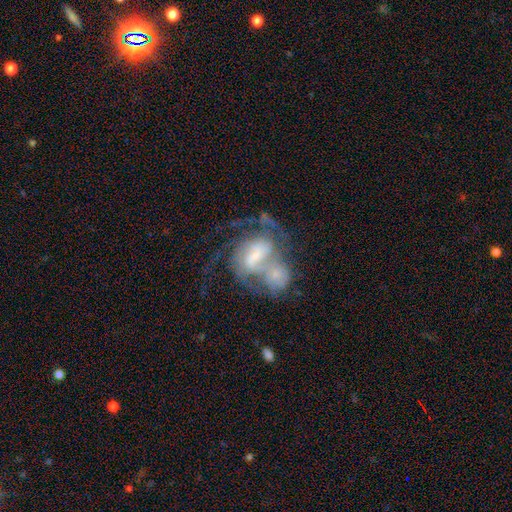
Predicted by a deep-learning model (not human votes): Smooth or featured?
  - featured or disk: 76% *
  - smooth: 16%
  - star or artifact: 8%
Edge-on disk?
  - no: 97% *
  - yes: 3%
Bar?
  - weak: 43% *
  - no: 38%
  - strong: 20%
Spiral arms?
  - yes: 82% *
  - no: 18%
Spiral winding?
  - medium: 45% *
  - tight: 31%
  - loose: 24%
Spiral arm count?
  - 2: 37% *
  - can't tell: 34%
  - 3: 14%
  - 1: 7%
  - 4: 5%
  - more than 4: 4%
Bulge size?
  - small: 45% *
  - moderate: 32%
  - none: 13%
  - large: 9%
  - dominant: 2%
Merging?
  - merger: 61% *
  - none: 16%
  - major disturbance: 15%
  - minor disturbance: 8%